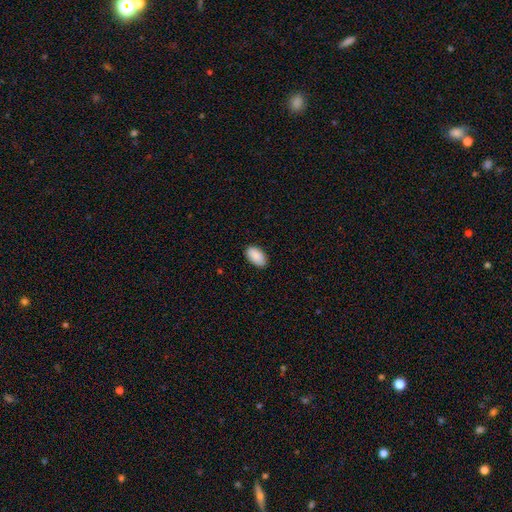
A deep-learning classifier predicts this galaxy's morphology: Smooth or featured: smooth — 89% (star or artifact — 6%)
How rounded: in between — 95% (round — 3%)
Merging: none — 86% (minor disturbance — 11%)